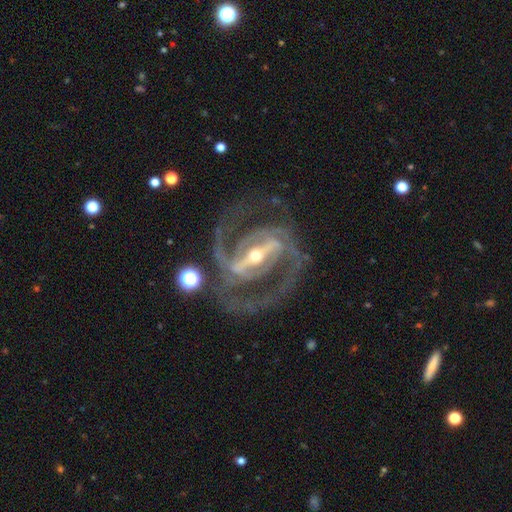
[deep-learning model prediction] smooth_or_featured: featured or disk (p=0.93) [alt: star or artifact p=0.04]
disk_edge_on: no (p=0.97) [alt: yes p=0.03]
bar: strong (p=0.81) [alt: weak p=0.14]
has_spiral_arms: yes (p=0.98) [alt: no p=0.02]
spiral_winding: medium (p=0.58) [alt: tight p=0.30]
spiral_arm_count: 2 (p=0.81) [alt: 3 p=0.09]
bulge_size: small (p=0.49) [alt: moderate p=0.47]
merging: none (p=0.72) [alt: minor disturbance p=0.14]